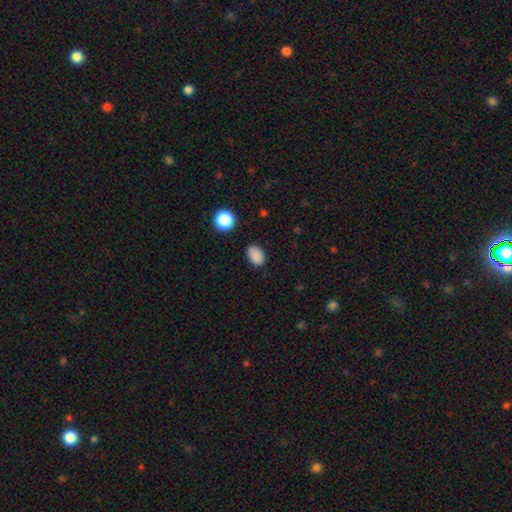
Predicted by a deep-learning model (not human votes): Q: Smooth or featured?
A: smooth (87%); runner-up: star or artifact (10%)
Q: How rounded?
A: in between (81%); runner-up: round (18%)
Q: Merging?
A: none (83%); runner-up: minor disturbance (12%)